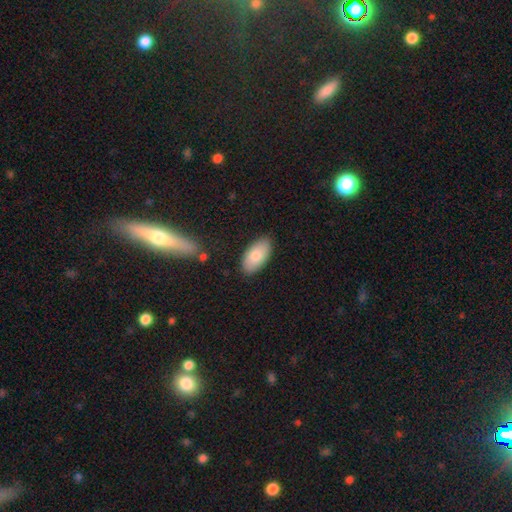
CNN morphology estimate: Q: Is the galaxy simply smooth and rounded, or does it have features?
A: smooth — 80%.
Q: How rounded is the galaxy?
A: in between — 95%.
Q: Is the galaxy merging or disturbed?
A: none — 85%.